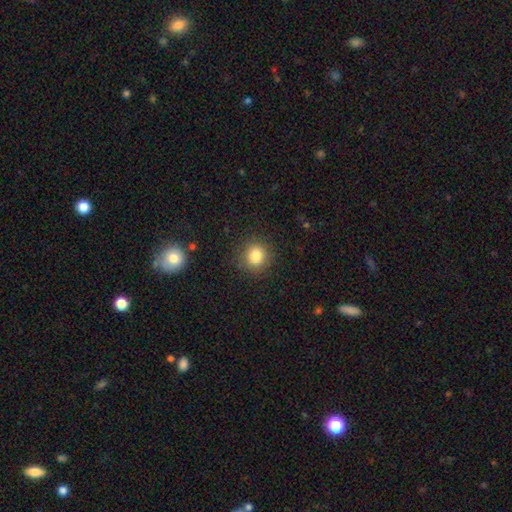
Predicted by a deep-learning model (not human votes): smooth-or-featured: smooth: 82% | star or artifact: 12% | featured or disk: 6%
  how-rounded: round: 90% | in between: 9% | cigar-shaped: 1%
  merging: none: 87% | minor disturbance: 9% | major disturbance: 3% | merger: 1%